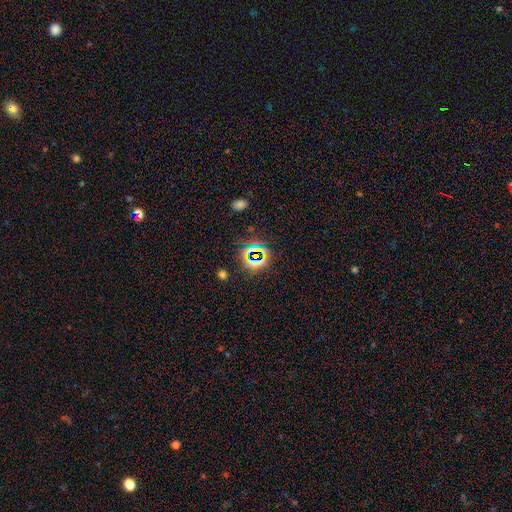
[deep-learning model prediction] This appears to be a star or artifact, not a galaxy (73%).